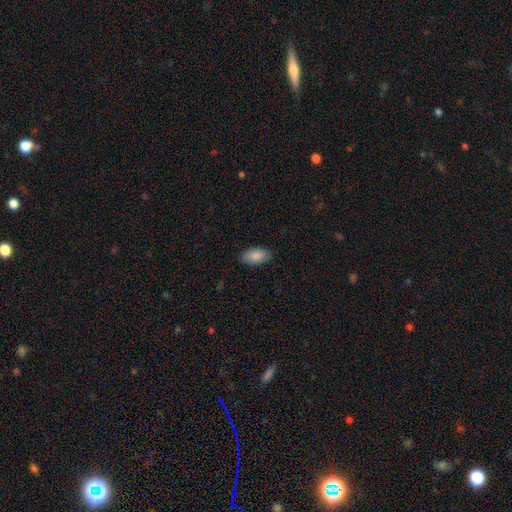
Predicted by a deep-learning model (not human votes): smooth_or_featured: smooth (p=0.87) [alt: star or artifact p=0.07]
how_rounded: in between (p=0.93) [alt: cigar-shaped p=0.04]
merging: none (p=0.86) [alt: minor disturbance p=0.11]